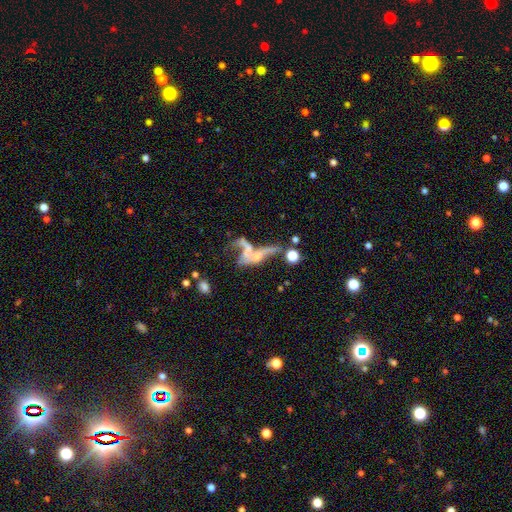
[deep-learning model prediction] Smooth or featured? Predicted: featured or disk (p=0.59). Edge-on disk? Predicted: no (p=0.78). Merging? Predicted: merger (p=0.49).